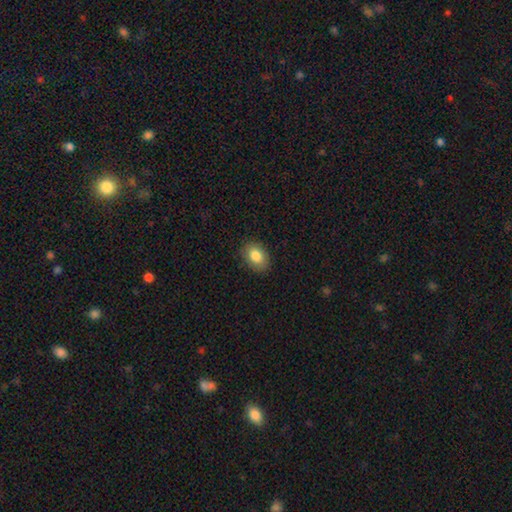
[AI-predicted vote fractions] Overall: smooth (84%). How rounded: in between (73%). Merging: none (86%).